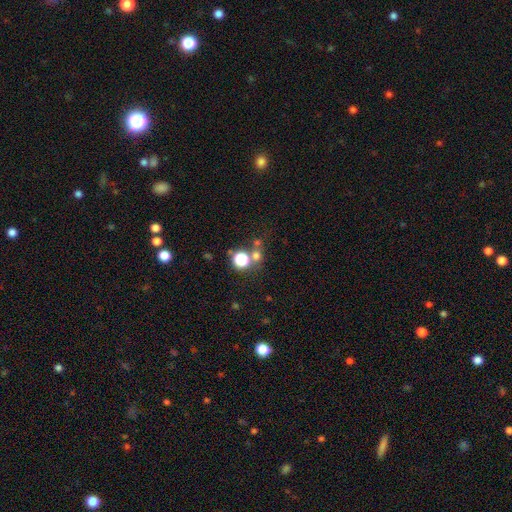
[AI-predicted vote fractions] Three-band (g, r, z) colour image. It shows a smooth galaxy with no disk features (59%) that is round (86%). Merging: none (62%).